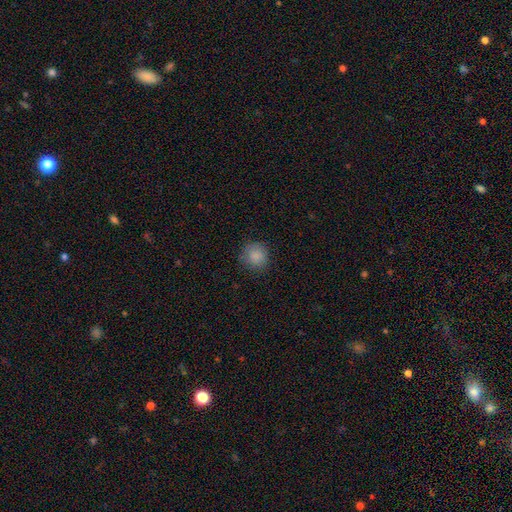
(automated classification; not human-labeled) Overall: smooth (86%). How rounded: round (92%). Merging: none (83%).